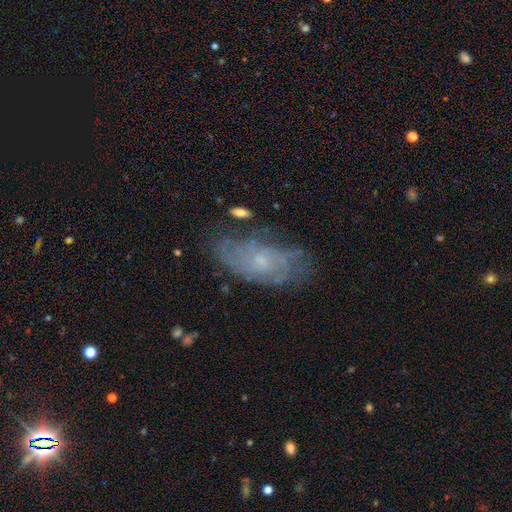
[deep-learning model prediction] Smooth or featured? featured or disk (57%)
Edge-on disk? no (89%)
Bar? no (77%)
Spiral arms? yes (72%)
Bulge size? small (62%)
Merging? none (69%)